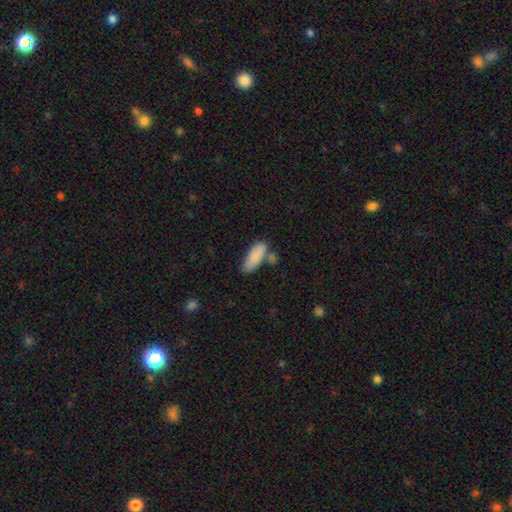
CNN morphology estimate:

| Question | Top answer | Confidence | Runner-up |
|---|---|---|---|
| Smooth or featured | smooth | 86% | featured or disk (7%) |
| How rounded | in between | 72% | cigar-shaped (26%) |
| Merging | none | 59% | minor disturbance (19%) |